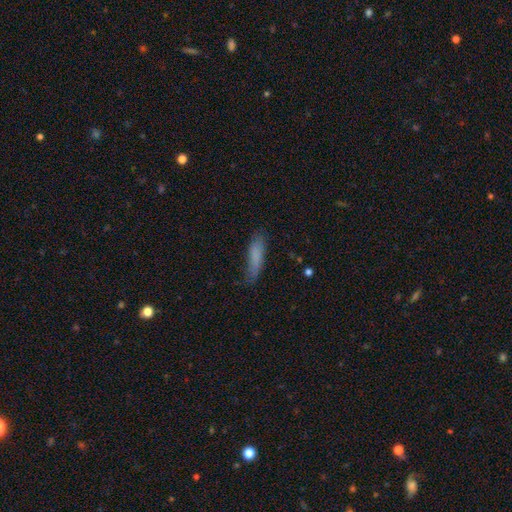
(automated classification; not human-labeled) This appears to be a smooth galaxy with no disk features (78%) that is cigar-shaped (67%). Merging: none (62%).